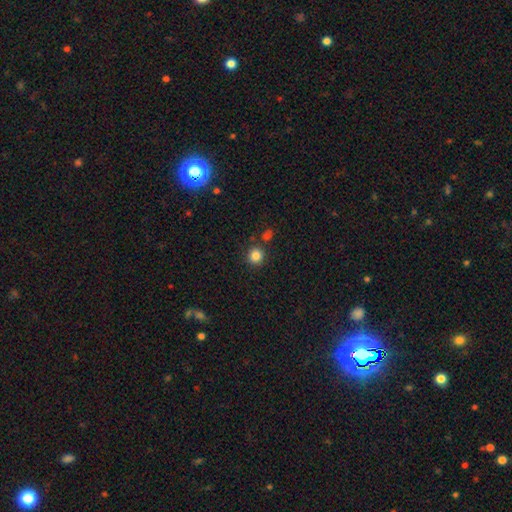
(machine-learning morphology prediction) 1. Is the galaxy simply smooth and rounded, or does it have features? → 84% smooth, 11% star or artifact, 4% featured or disk.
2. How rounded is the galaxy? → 92% round, 7% in between, 1% cigar-shaped.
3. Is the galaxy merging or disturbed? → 83% none, 7% minor disturbance, 7% merger, 3% major disturbance.